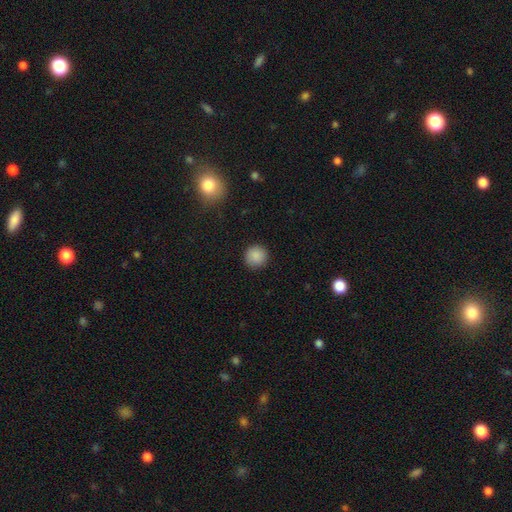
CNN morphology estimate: A smooth galaxy with no disk features (87%) that is round (95%).

Vote fractions:
- Smooth or featured? smooth: 87% / star or artifact: 9% / featured or disk: 3%
- How rounded? round: 95% / in between: 4% / cigar-shaped: 1%
- Merging? none: 91% / minor disturbance: 6% / major disturbance: 2% / merger: 1%